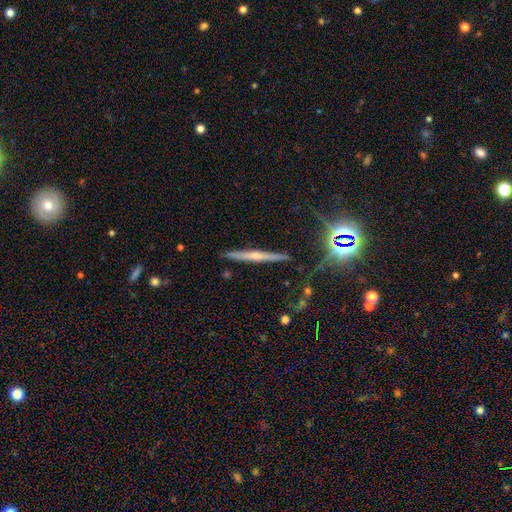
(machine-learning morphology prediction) Q: Smooth or featured?
A: featured or disk (58%); runner-up: star or artifact (22%)
Q: Edge-on disk?
A: yes (93%); runner-up: no (7%)
Q: Edge-on bulge?
A: rounded (69%); runner-up: none (22%)
Q: Merging?
A: none (86%); runner-up: minor disturbance (9%)